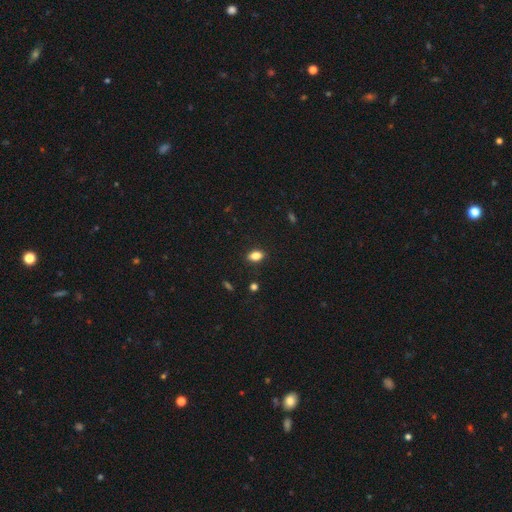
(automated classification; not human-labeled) Overall: smooth (82%). How rounded: in between (84%). Merging: none (87%).